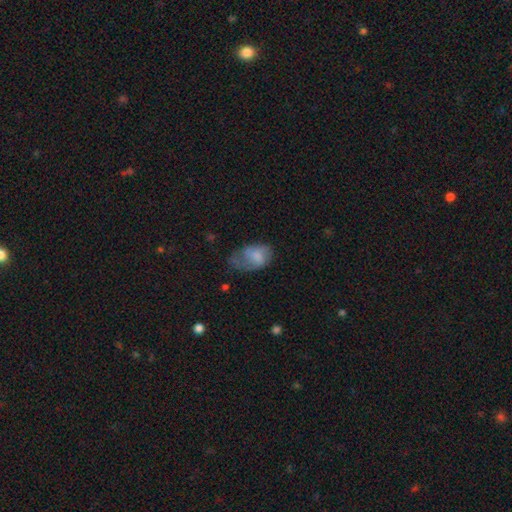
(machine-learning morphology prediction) smooth 65%, featured or disk 28%, star or artifact 8%. Down the decision tree: how rounded — in between (85%); merging — minor disturbance (35%).